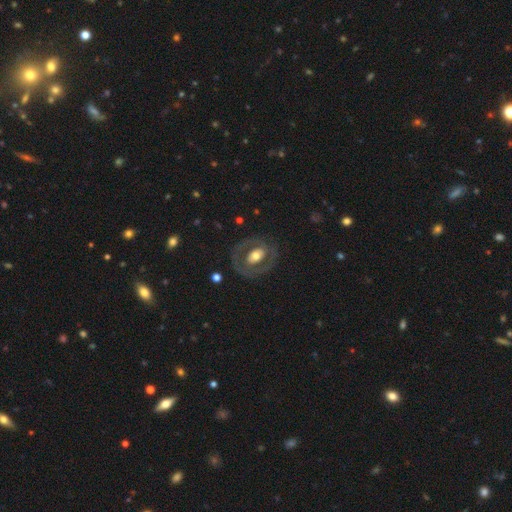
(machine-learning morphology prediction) featured or disk 62%, smooth 33%, star or artifact 5%. Down the decision tree: edge-on disk — no (94%); bar — no (62%); spiral arms — no (70%); bulge size — moderate (59%); merging — none (75%).